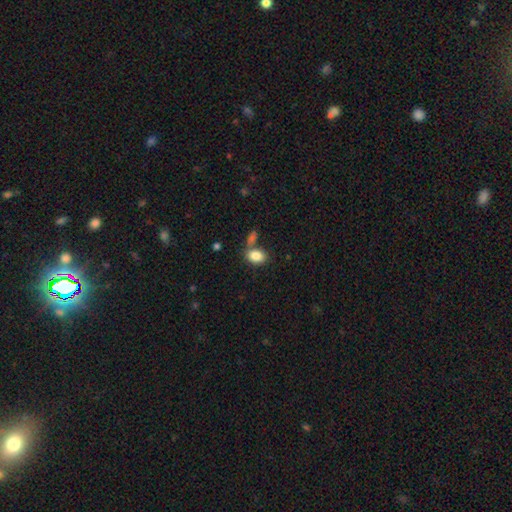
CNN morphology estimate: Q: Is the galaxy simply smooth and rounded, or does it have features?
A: smooth — 84%.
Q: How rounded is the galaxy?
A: in between — 82%.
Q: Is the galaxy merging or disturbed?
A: none — 54%.